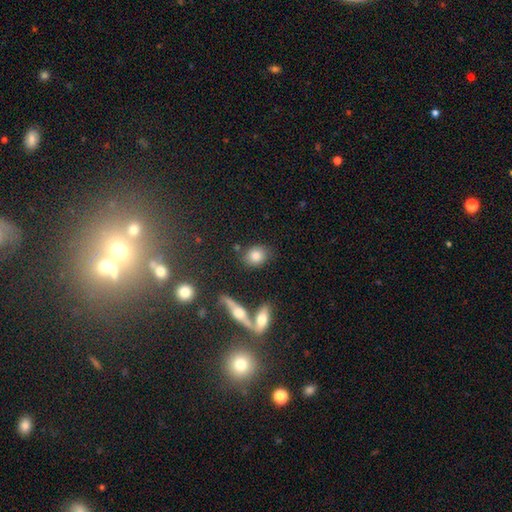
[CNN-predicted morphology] smooth_or_featured: smooth (p=0.81) [alt: featured or disk p=0.11]
how_rounded: round (p=0.52) [alt: in between p=0.45]
merging: none (p=0.77) [alt: minor disturbance p=0.11]